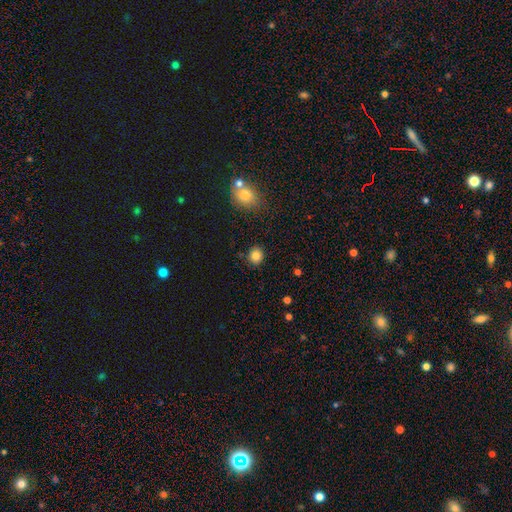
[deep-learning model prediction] A smooth galaxy with no disk features (84%) that is round (79%).

Vote fractions:
- Smooth or featured? smooth: 84% / star or artifact: 11% / featured or disk: 5%
- How rounded? round: 79% / in between: 20% / cigar-shaped: 1%
- Merging? none: 88% / minor disturbance: 7% / merger: 2% / major disturbance: 2%